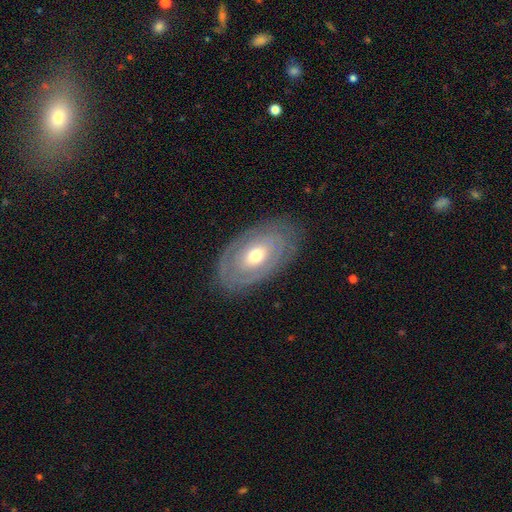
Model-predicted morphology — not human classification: Smooth or featured? featured or disk (65%)
Edge-on disk? no (91%)
Bar? no (77%)
Spiral arms? no (55%)
Bulge size? moderate (67%)
Merging? none (83%)